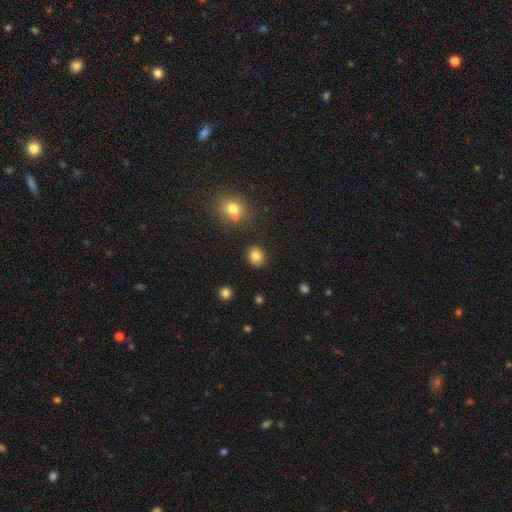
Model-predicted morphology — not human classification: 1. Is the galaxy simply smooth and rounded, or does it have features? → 82% smooth, 11% star or artifact, 6% featured or disk.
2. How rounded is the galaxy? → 74% round, 26% in between, 1% cigar-shaped.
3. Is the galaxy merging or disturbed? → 84% none, 10% minor disturbance, 3% merger, 3% major disturbance.